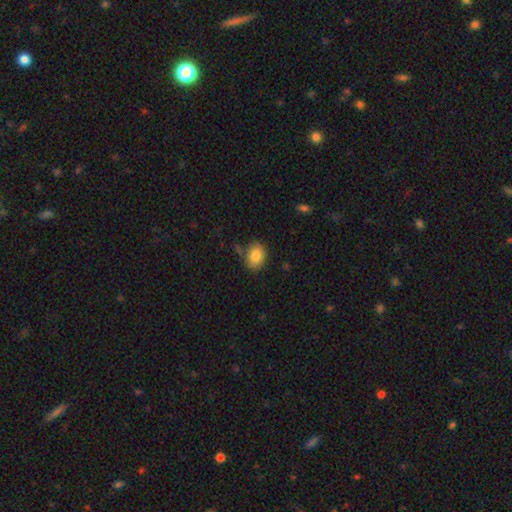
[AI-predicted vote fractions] Smooth or featured: smooth — 84% (star or artifact — 8%)
How rounded: in between — 61% (round — 38%)
Merging: none — 73% (minor disturbance — 18%)